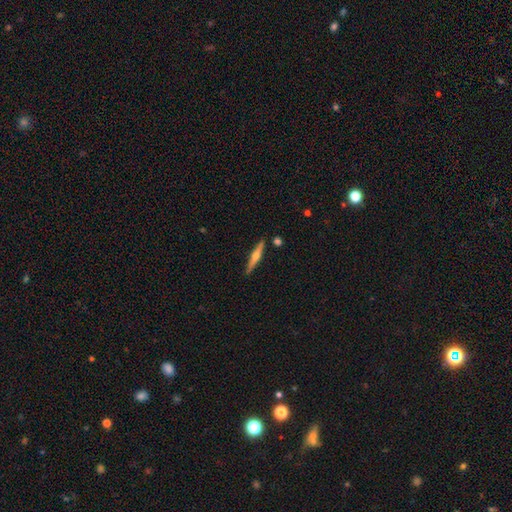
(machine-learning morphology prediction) A featured or disk galaxy (65%) viewed edge-on (97%) with a rounded central bulge (90%). Merging: none (87%).